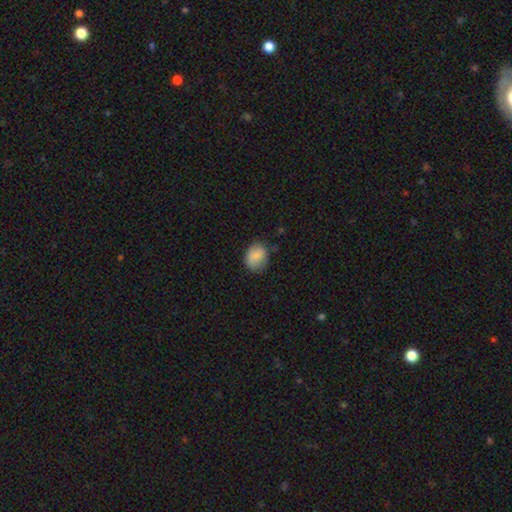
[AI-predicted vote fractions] Overall: smooth (83%). How rounded: in between (50%; round 49%). Merging: none (68%).